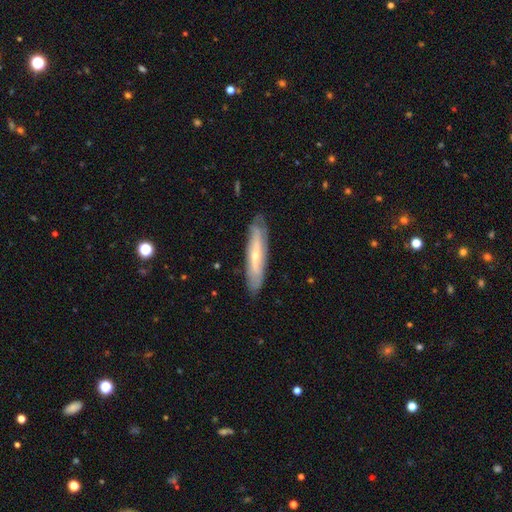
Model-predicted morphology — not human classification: Smooth or featured? featured or disk (60%)
Edge-on disk? yes (54%)
Merging? none (82%)